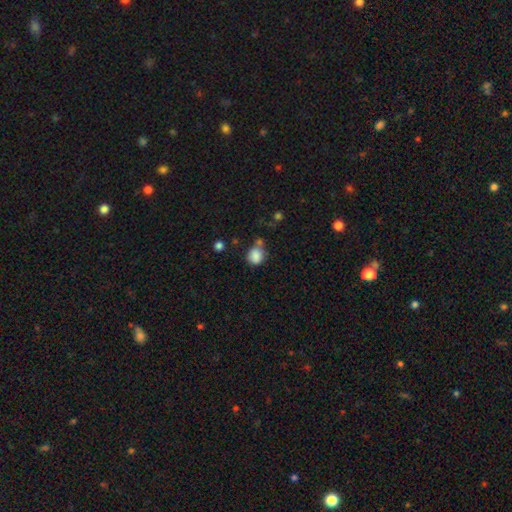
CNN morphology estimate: Smooth or featured? smooth (84%)
How rounded? round (71%)
Merging? none (52%)